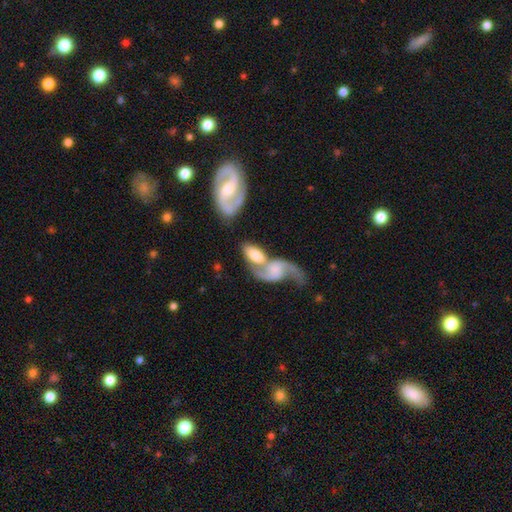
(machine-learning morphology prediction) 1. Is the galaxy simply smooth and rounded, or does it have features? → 49% featured or disk, 45% smooth, 6% star or artifact.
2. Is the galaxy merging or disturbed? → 65% merger, 18% none, 9% minor disturbance, 8% major disturbance.